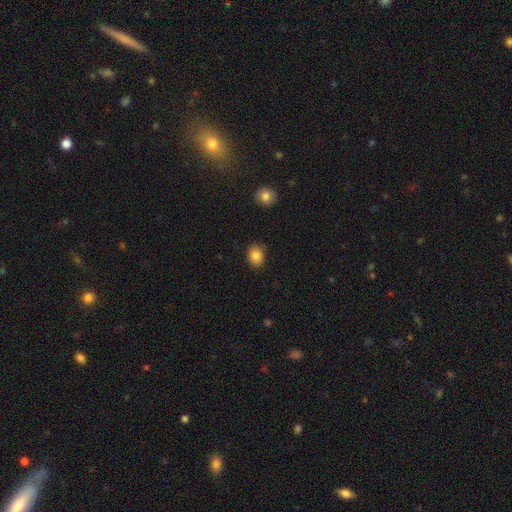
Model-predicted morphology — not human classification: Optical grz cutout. It shows a smooth galaxy with no disk features (85%) that is round (51%). Merging: none (85%).